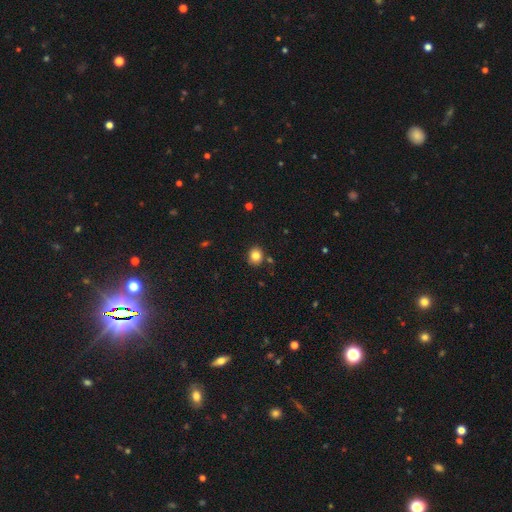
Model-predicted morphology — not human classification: Smooth or featured? Predicted: smooth (p=0.82). How rounded? Predicted: round (p=0.71). Merging? Predicted: none (p=0.84).